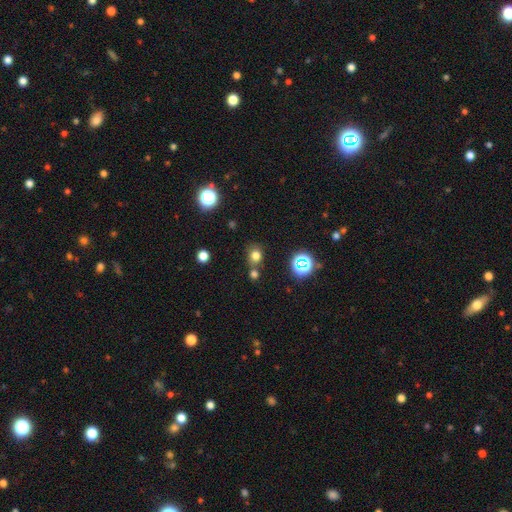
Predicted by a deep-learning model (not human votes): smooth-or-featured: smooth: 73% | star or artifact: 20% | featured or disk: 7%
  how-rounded: round: 71% | in between: 28% | cigar-shaped: 1%
  merging: none: 66% | merger: 18% | minor disturbance: 12% | major disturbance: 4%